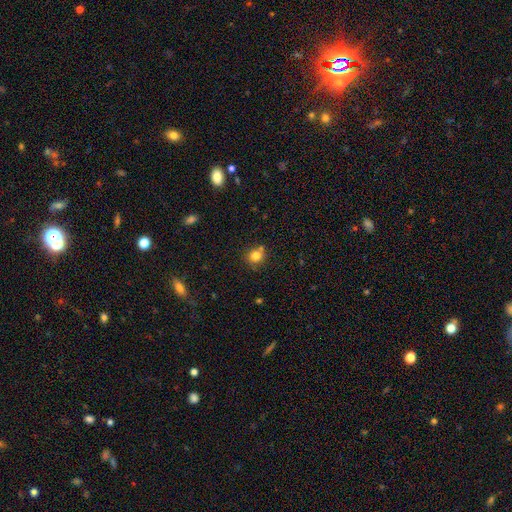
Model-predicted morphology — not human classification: Overall: smooth (80%). How rounded: round (88%). Merging: none (72%).